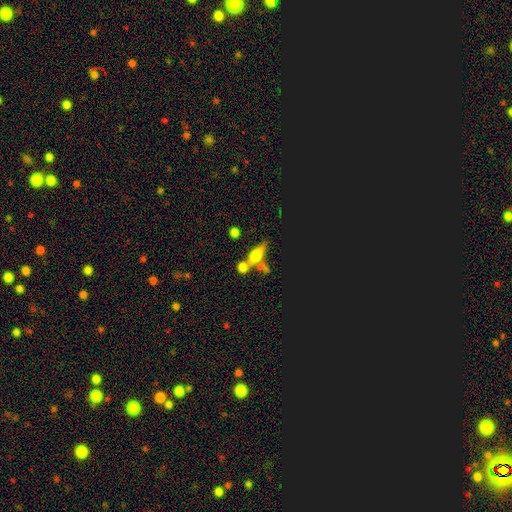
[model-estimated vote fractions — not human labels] Smooth or featured? Predicted: smooth (p=0.51). How rounded? Predicted: in between (p=0.52). Merging? Predicted: none (p=0.39, tied with merger).